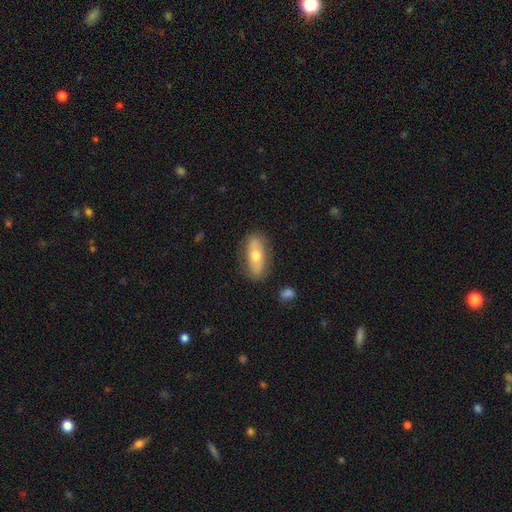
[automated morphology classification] Q: Smooth or featured?
A: smooth (61%); runner-up: featured or disk (33%)
Q: How rounded?
A: in between (77%); runner-up: cigar-shaped (19%)
Q: Merging?
A: none (82%); runner-up: minor disturbance (13%)